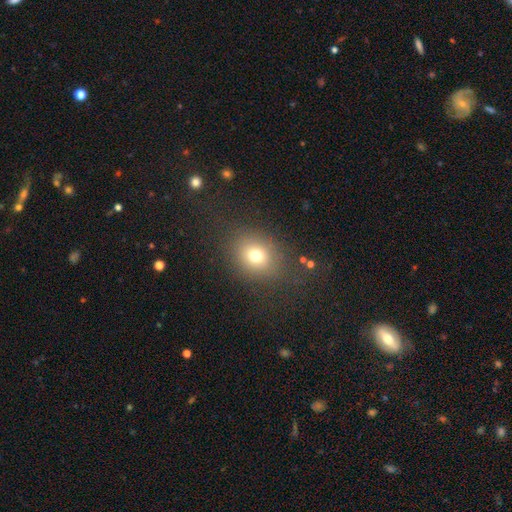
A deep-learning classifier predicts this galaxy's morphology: smooth 73%, star or artifact 16%, featured or disk 11%. Down the decision tree: how rounded — round (59%); merging — none (80%).